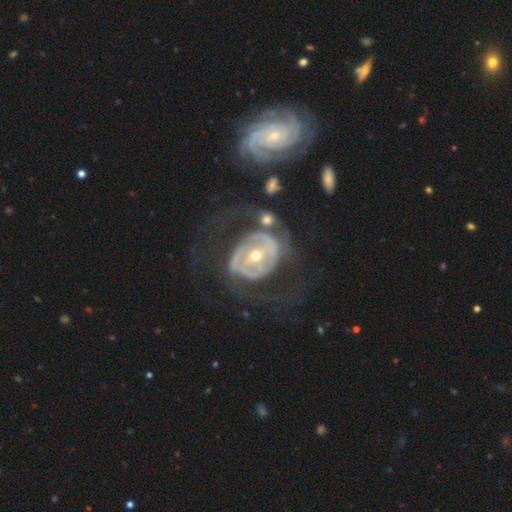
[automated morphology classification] Overall: featured or disk (83%). Edge-on disk: no (96%). Bar: strong (40%; weak 32%). Spiral arms: yes (73%). Spiral arm count: 2 (61%; can't tell 22%). Spiral winding: tight (44%; medium 35%). Bulge size: small (55%; moderate 41%). Merging: none (44%; major disturbance 29%).